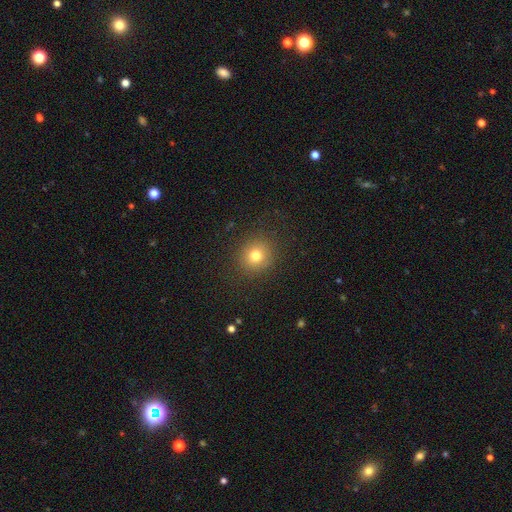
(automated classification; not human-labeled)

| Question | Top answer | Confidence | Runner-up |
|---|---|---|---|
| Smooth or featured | smooth | 77% | star or artifact (14%) |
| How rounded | round | 89% | in between (11%) |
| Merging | none | 89% | minor disturbance (7%) |